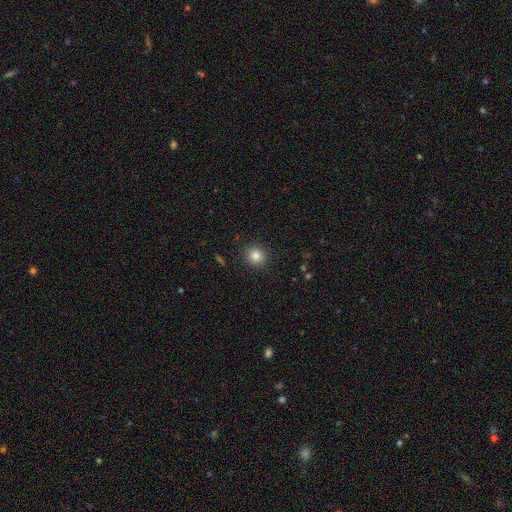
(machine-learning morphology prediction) Smooth or featured?
  - smooth: 84% *
  - star or artifact: 11%
  - featured or disk: 5%
How rounded?
  - round: 88% *
  - in between: 11%
  - cigar-shaped: 1%
Merging?
  - none: 90% *
  - minor disturbance: 6%
  - major disturbance: 2%
  - merger: 1%